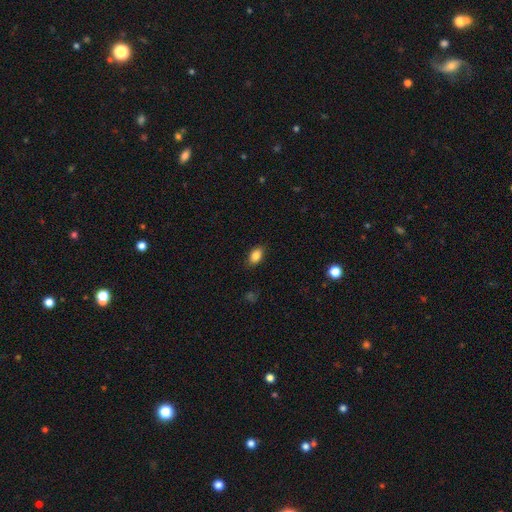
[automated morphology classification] Smooth or featured: smooth — 86% (star or artifact — 9%)
How rounded: in between — 87% (round — 11%)
Merging: none — 86% (minor disturbance — 11%)